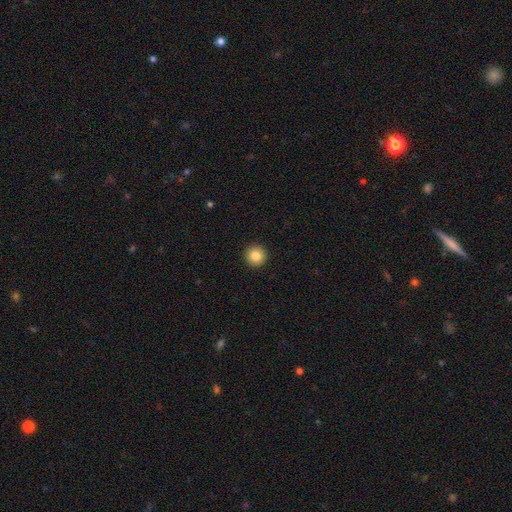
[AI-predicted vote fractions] Smooth or featured? Predicted: smooth (p=0.84). How rounded? Predicted: round (p=0.96). Merging? Predicted: none (p=0.94).